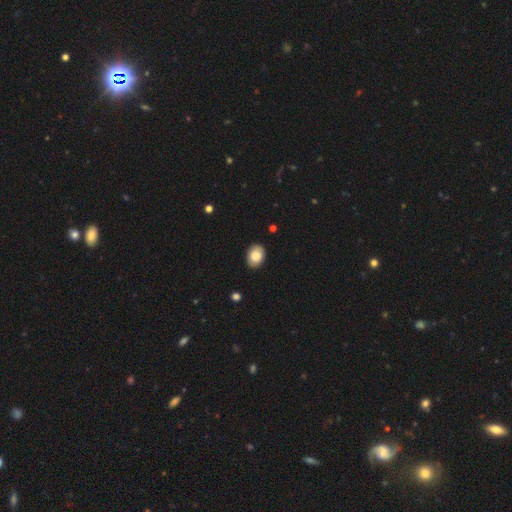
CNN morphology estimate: smooth_or_featured: smooth (p=0.85) [alt: featured or disk p=0.08]
how_rounded: in between (p=0.75) [alt: round p=0.24]
merging: none (p=0.87) [alt: minor disturbance p=0.10]